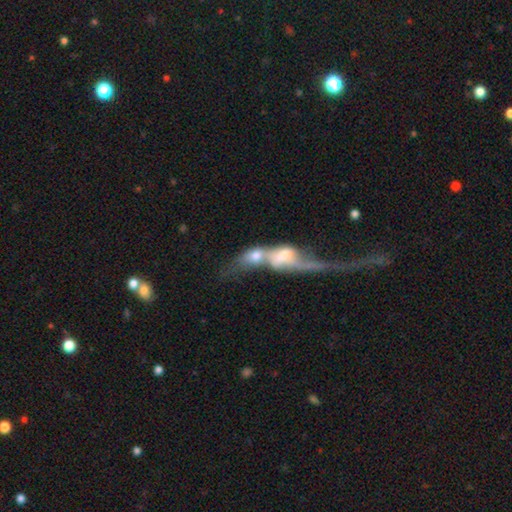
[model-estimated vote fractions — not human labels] This appears to be a smooth galaxy with no disk features (50%). Merging: merger (80%).